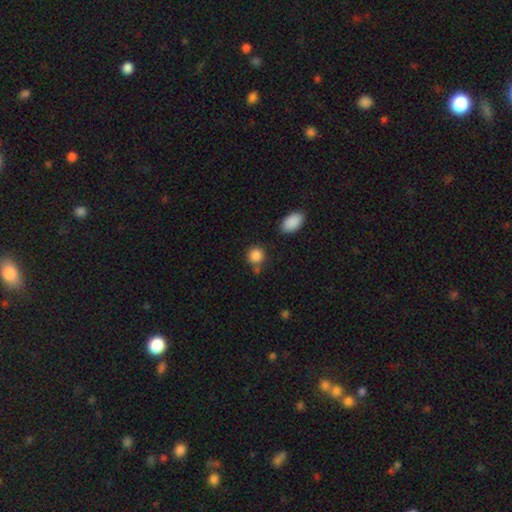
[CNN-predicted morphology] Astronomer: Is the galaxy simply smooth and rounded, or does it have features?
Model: smooth — 87%.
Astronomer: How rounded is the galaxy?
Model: round — 86%.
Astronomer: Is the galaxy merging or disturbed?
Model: none — 73%.